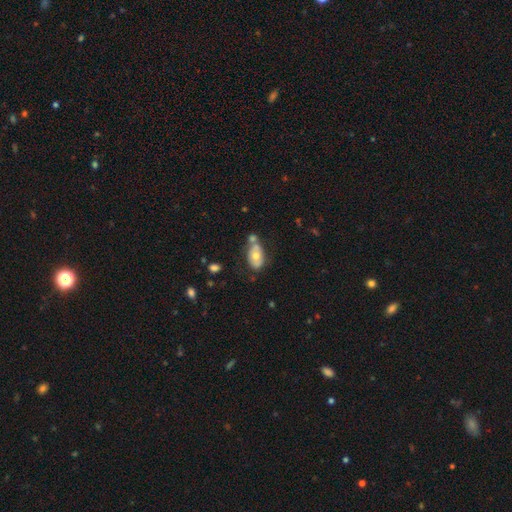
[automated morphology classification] type=smooth (62%); roundness=in between (89%); merging=none (43%).